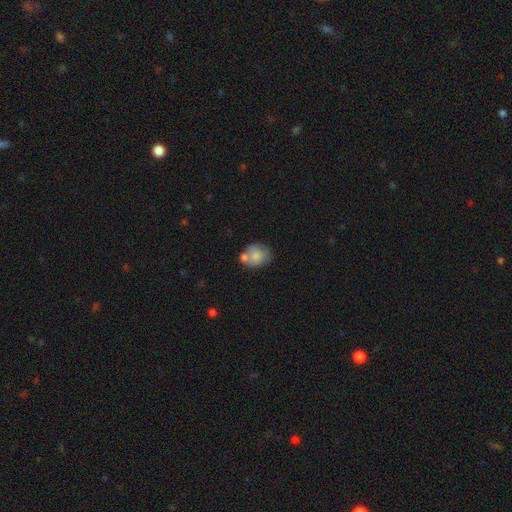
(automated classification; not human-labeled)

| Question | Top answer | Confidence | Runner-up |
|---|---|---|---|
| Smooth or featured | smooth | 76% | featured or disk (16%) |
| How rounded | round | 57% | in between (42%) |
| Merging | none | 49% | merger (26%) |